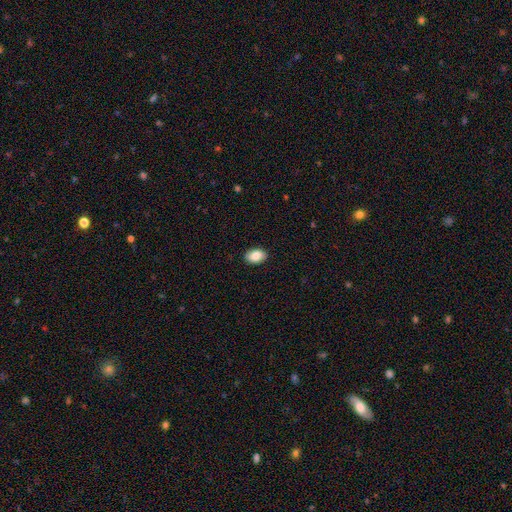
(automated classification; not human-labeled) Smooth or featured? Predicted: smooth (p=0.86). How rounded? Predicted: in between (p=0.87). Merging? Predicted: none (p=0.90).